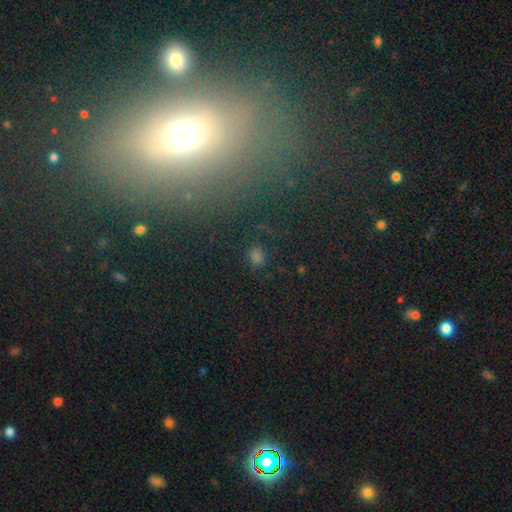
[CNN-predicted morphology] Smooth or featured: star or artifact — 41% (smooth — 40%)